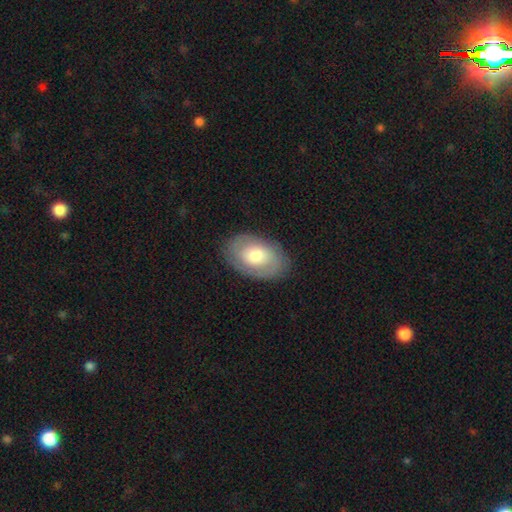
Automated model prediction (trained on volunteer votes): smooth_or_featured: smooth (p=0.47) [alt: featured or disk p=0.46]
merging: none (p=0.82) [alt: minor disturbance p=0.13]